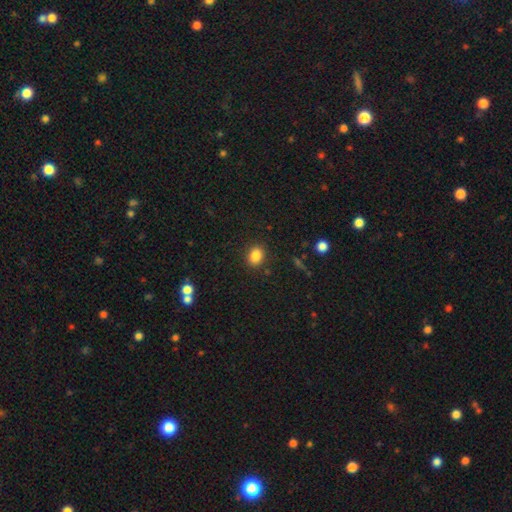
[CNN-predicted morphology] Overall: smooth (86%). How rounded: in between (60%; round 38%). Merging: none (88%).